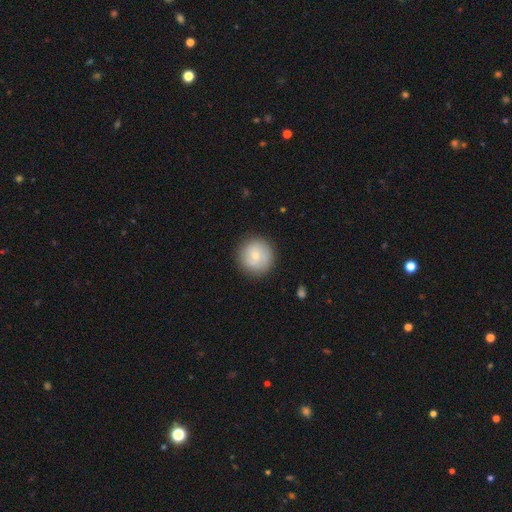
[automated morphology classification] A smooth galaxy with no disk features (69%) that is round (95%).

Vote fractions:
- Smooth or featured? smooth: 69% / featured or disk: 24% / star or artifact: 8%
- How rounded? round: 95% / in between: 4% / cigar-shaped: 1%
- Merging? none: 87% / minor disturbance: 9% / major disturbance: 3% / merger: 1%